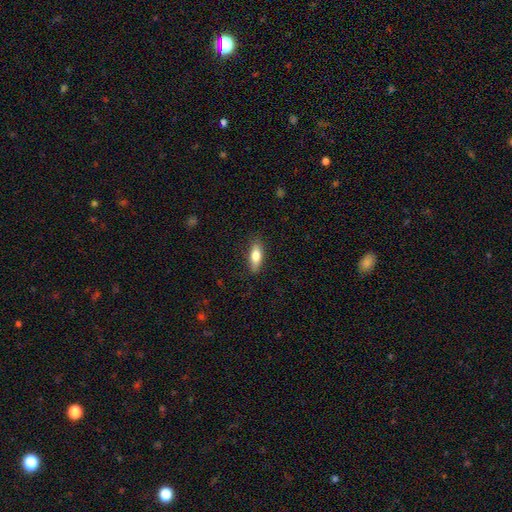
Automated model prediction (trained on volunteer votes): This appears to be a smooth galaxy with no disk features (73%) that is in between round and cigar-shaped (64%). Merging: none (84%).